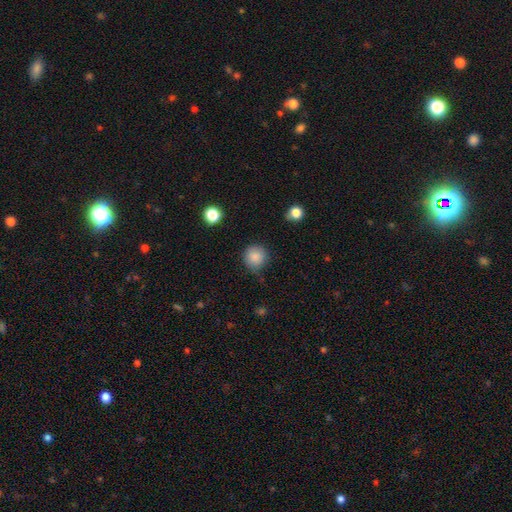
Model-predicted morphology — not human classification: This is clearly a smooth galaxy (86%). How rounded: clearly round (93%). Merging: likely none (79%).